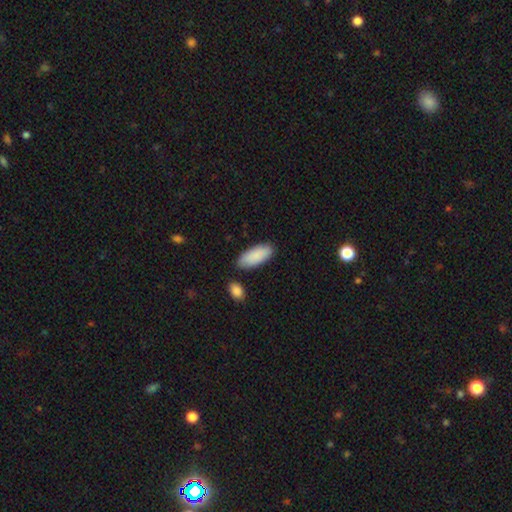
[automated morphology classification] Smooth or featured: smooth — 88% (featured or disk — 6%)
How rounded: in between — 83% (cigar-shaped — 15%)
Merging: none — 80% (minor disturbance — 13%)